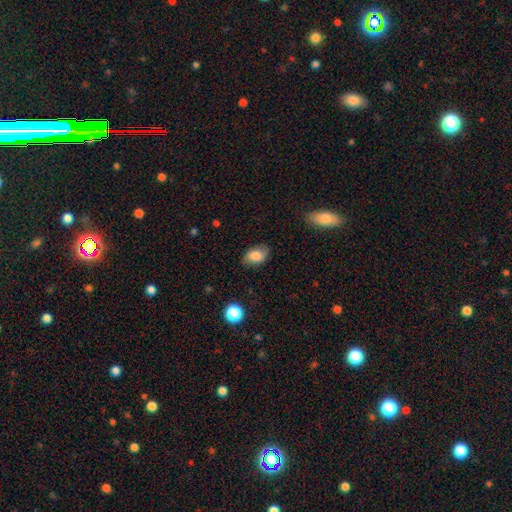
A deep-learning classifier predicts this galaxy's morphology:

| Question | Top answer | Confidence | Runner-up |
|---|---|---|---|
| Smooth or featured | smooth | 75% | featured or disk (16%) |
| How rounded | in between | 86% | round (12%) |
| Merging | none | 75% | minor disturbance (19%) |